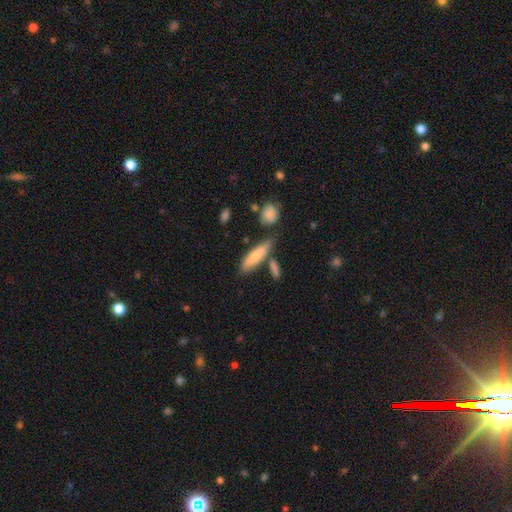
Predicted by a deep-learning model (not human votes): A smooth galaxy with no disk features (76%) that is cigar-shaped (64%).

Vote fractions:
- Smooth or featured? smooth: 76% / featured or disk: 18% / star or artifact: 6%
- How rounded? cigar-shaped: 64% / in between: 34% / round: 2%
- Merging? none: 63% / minor disturbance: 17% / merger: 15% / major disturbance: 5%